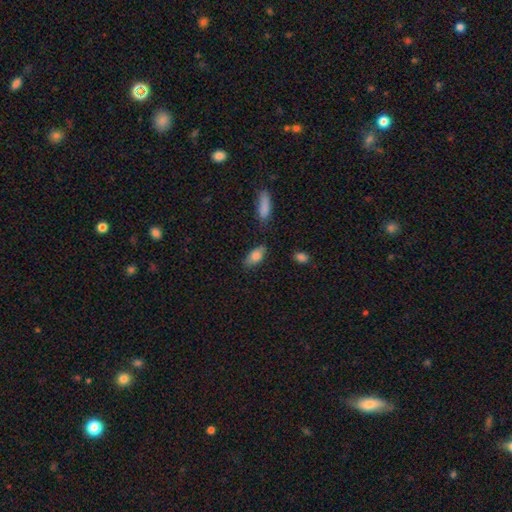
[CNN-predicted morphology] This appears to be a smooth galaxy with no disk features (82%) that is in between round and cigar-shaped (87%). Merging: none (73%).